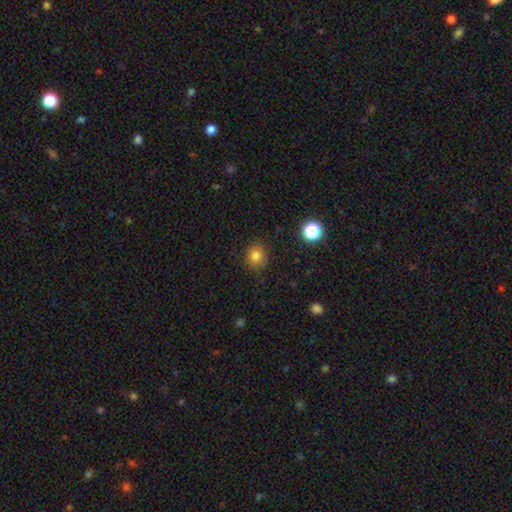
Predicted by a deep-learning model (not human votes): Smooth or featured? Predicted: smooth (p=0.80). How rounded? Predicted: round (p=0.74). Merging? Predicted: none (p=0.86).